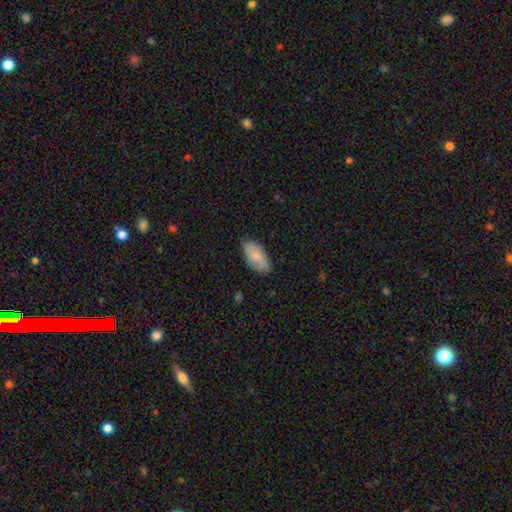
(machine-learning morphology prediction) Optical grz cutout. It shows a smooth galaxy with no disk features (79%) that is in between round and cigar-shaped (93%). Merging: none (80%).